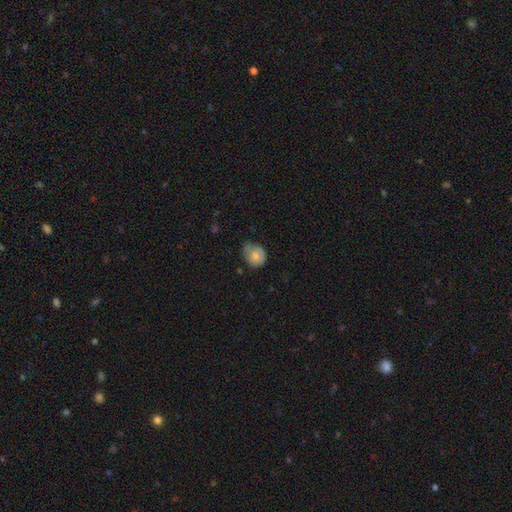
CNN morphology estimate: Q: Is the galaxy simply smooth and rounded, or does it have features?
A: smooth — 72%.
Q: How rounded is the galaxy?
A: round — 64%.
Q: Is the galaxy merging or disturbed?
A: none — 43%.